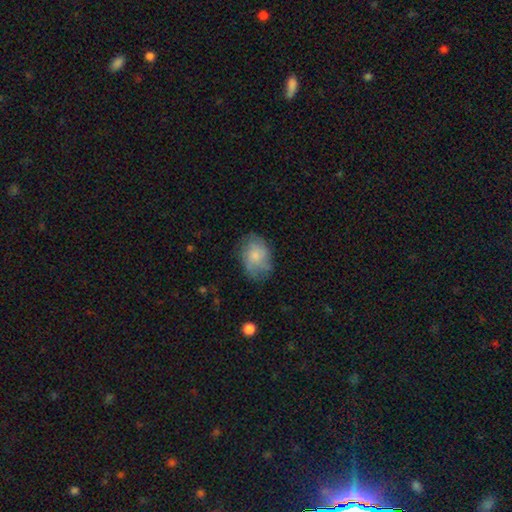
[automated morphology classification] smooth-or-featured: smooth: 63% | featured or disk: 29% | star or artifact: 7%
  how-rounded: in between: 75% | round: 24% | cigar-shaped: 1%
  merging: none: 61% | minor disturbance: 27% | major disturbance: 11% | merger: 1%